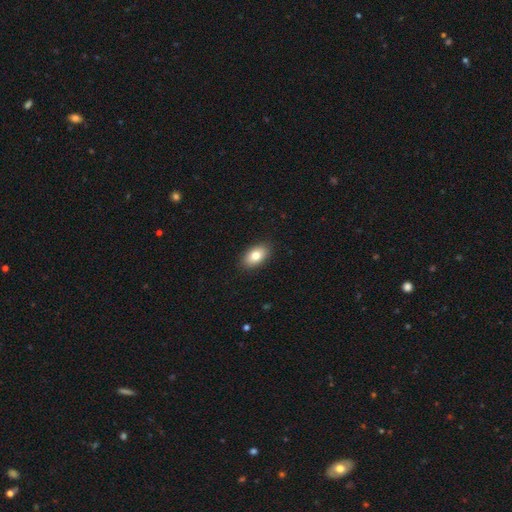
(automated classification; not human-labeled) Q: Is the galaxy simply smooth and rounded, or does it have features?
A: smooth — 81%.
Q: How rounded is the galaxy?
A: in between — 91%.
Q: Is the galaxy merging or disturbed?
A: none — 89%.